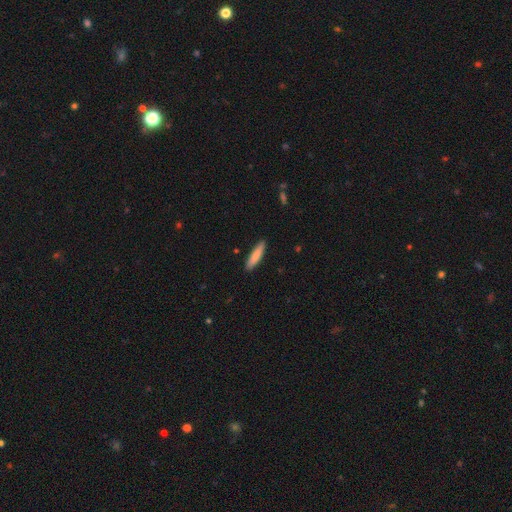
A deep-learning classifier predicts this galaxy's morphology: Overall: smooth (81%). How rounded: cigar-shaped (83%). Merging: none (89%).